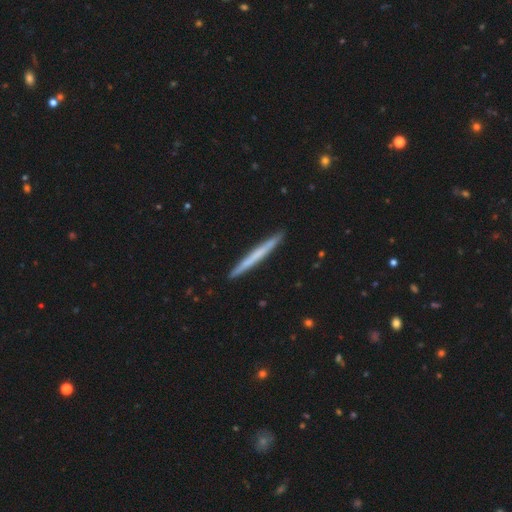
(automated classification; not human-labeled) A smooth galaxy with no disk features (51%) that is cigar-shaped (97%). Merging: none (92%).